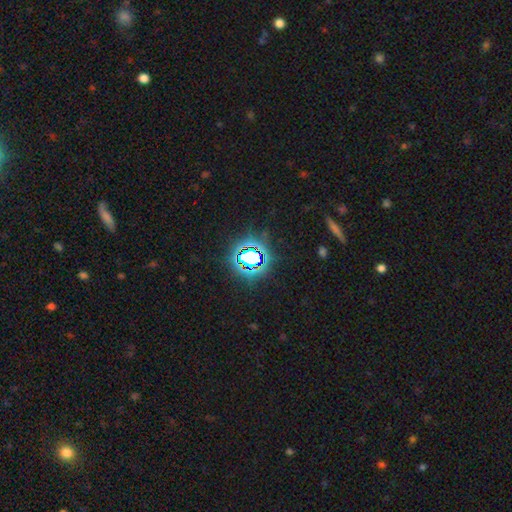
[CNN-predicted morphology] Smooth or featured?
  - star or artifact: 74% *
  - smooth: 17%
  - featured or disk: 10%